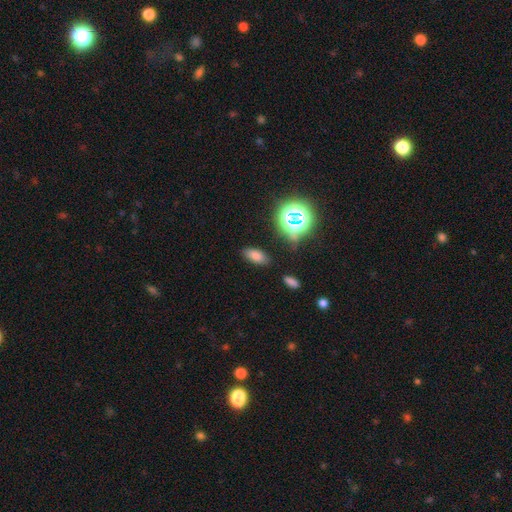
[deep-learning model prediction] smooth 70%, star or artifact 22%, featured or disk 8%. Down the decision tree: how rounded — in between (87%); merging — none (83%).